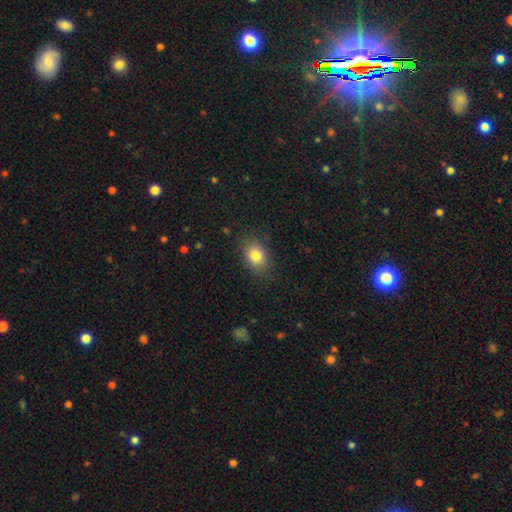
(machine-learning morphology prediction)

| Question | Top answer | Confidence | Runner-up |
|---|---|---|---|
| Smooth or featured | smooth | 82% | star or artifact (10%) |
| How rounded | in between | 64% | round (35%) |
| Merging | none | 84% | minor disturbance (11%) |